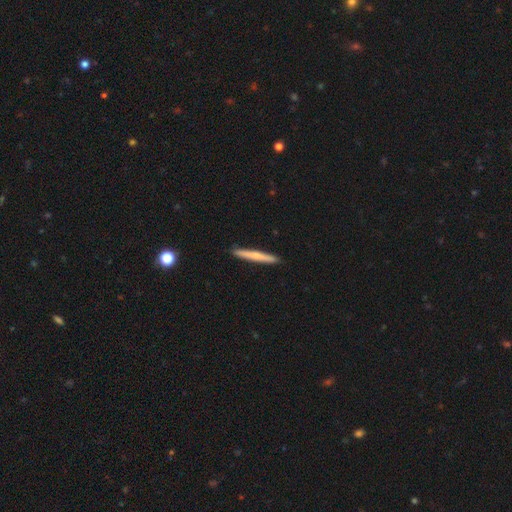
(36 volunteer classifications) Smooth or featured? 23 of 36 (64%) said smooth. How rounded? 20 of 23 (87%) said cigar-shaped. Merging? 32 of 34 (94%) said none.